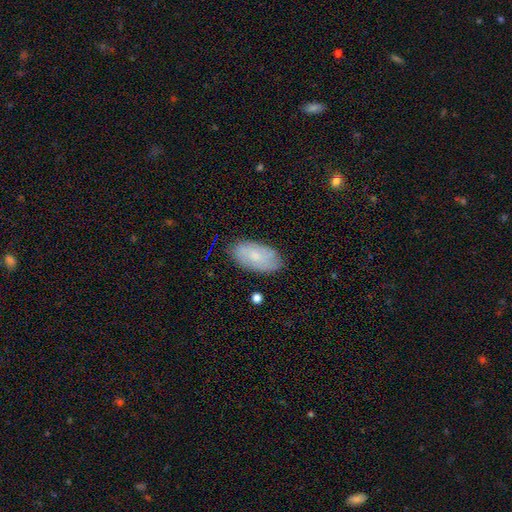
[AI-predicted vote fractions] smooth-or-featured: smooth: 67% | featured or disk: 26% | star or artifact: 7%
  how-rounded: in between: 94% | round: 3% | cigar-shaped: 2%
  merging: none: 77% | minor disturbance: 18% | major disturbance: 4% | merger: 1%